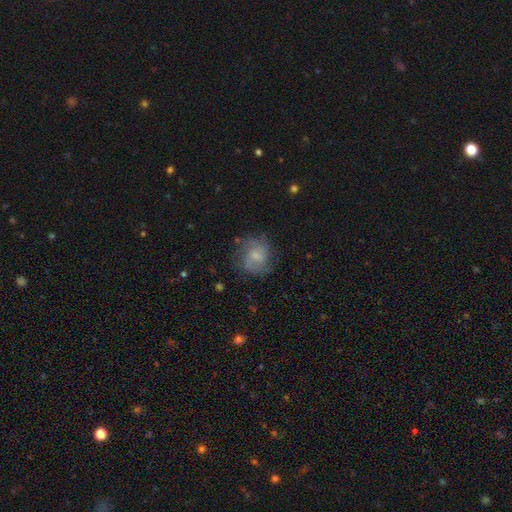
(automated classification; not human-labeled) The model was most divided on "smooth or featured": smooth: 47%, featured or disk: 44%, star or artifact: 9%. More confident: merging — none (66%).